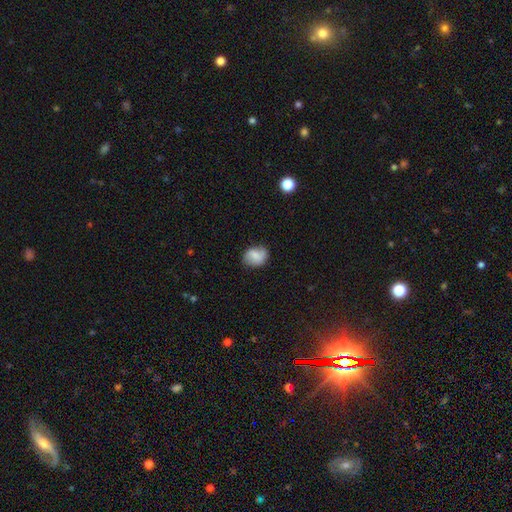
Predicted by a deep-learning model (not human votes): This is likely a smooth galaxy (69%). How rounded: possibly in between (59%). Merging: likely none (75%).